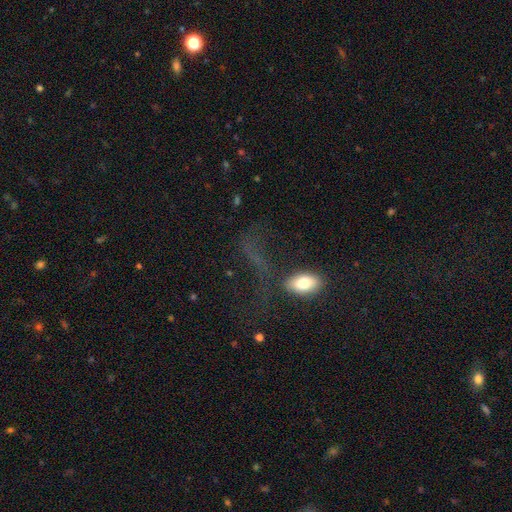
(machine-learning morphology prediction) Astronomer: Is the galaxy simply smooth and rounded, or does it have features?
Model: smooth — 55%.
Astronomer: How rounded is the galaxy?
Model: in between — 72%.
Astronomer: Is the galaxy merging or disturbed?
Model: major disturbance — 37% (runner-up: none, 34%).